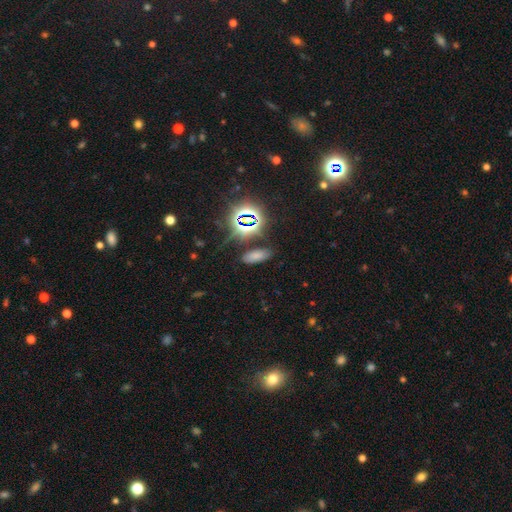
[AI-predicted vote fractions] Overall: smooth (60%; star or artifact 30%). How rounded: in between (79%). Merging: none (81%).